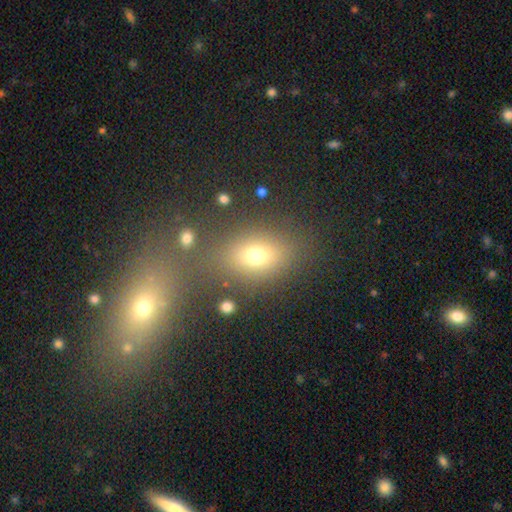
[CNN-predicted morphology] Smooth or featured? Predicted: smooth (p=0.68). How rounded? Predicted: in between (p=0.68). Merging? Predicted: none (p=0.72).